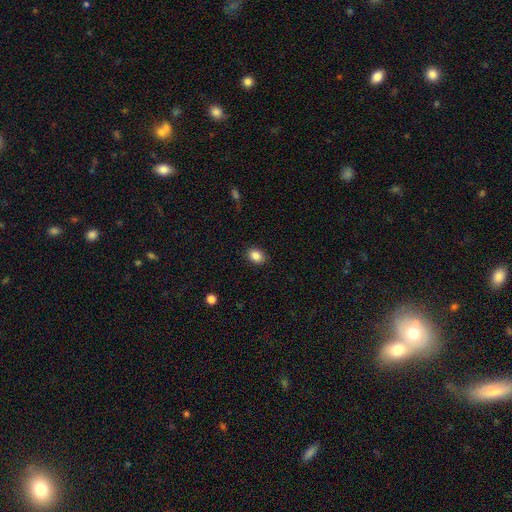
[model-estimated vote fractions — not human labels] Q: Smooth or featured?
A: smooth (87%); runner-up: star or artifact (9%)
Q: How rounded?
A: in between (65%); runner-up: round (34%)
Q: Merging?
A: none (87%); runner-up: minor disturbance (9%)